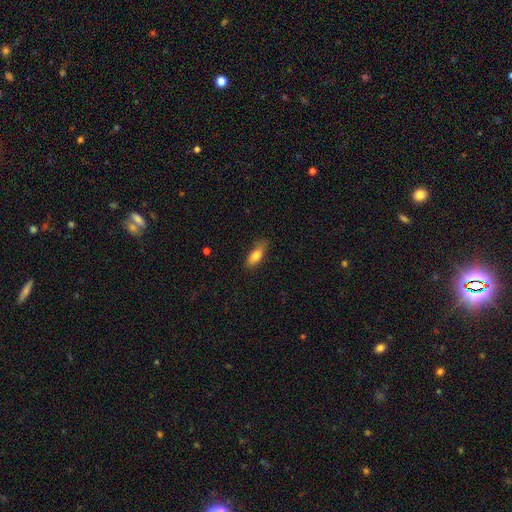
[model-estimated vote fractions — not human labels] This appears to be a smooth galaxy with no disk features (78%) that is in between round and cigar-shaped (68%). Merging: none (74%).